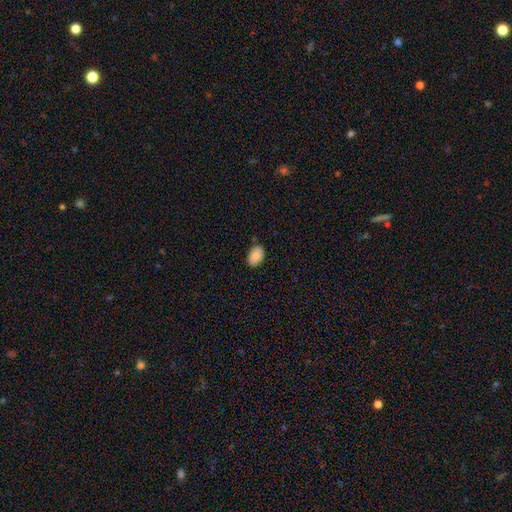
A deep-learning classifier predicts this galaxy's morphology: Smooth or featured?
  - smooth: 87% *
  - star or artifact: 7%
  - featured or disk: 6%
How rounded?
  - in between: 90% *
  - round: 9%
  - cigar-shaped: 1%
Merging?
  - none: 85% *
  - minor disturbance: 11%
  - major disturbance: 2%
  - merger: 2%